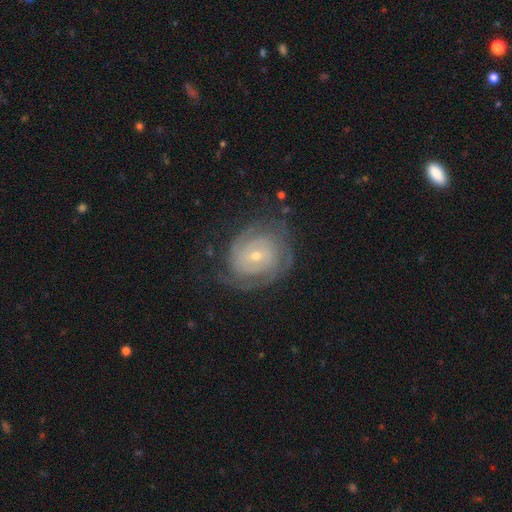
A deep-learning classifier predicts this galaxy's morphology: Smooth or featured? featured or disk (84%)
Edge-on disk? no (97%)
Bar? no (63%)
Spiral arms? yes (94%)
Spiral winding? tight (74%)
Spiral arm count? 2 (34%)
Bulge size? small (65%)
Merging? none (70%)